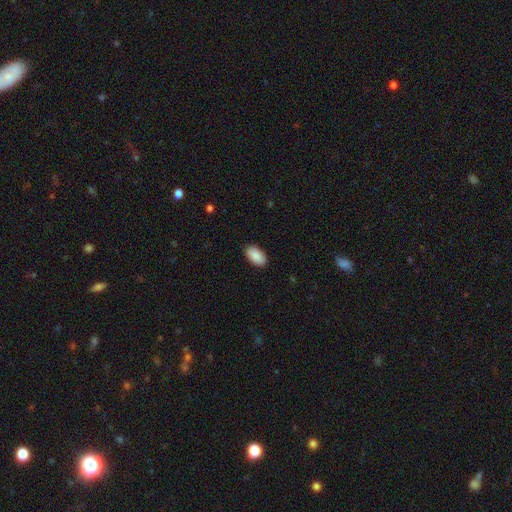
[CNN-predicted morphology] This is clearly a smooth galaxy (90%). How rounded: clearly in between (95%). Merging: clearly none (89%).